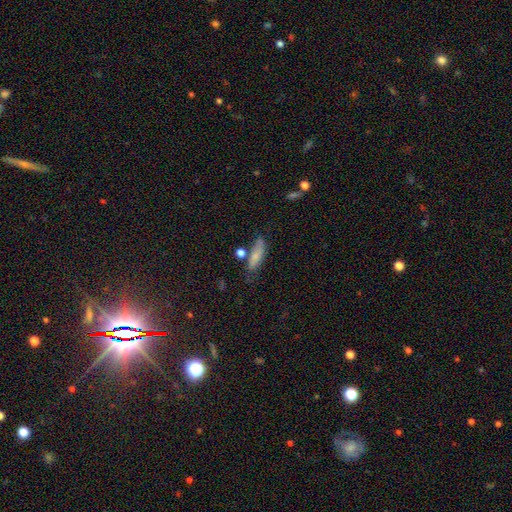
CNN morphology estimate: This is likely a smooth galaxy (73%). How rounded: possibly in between (56%). Merging: possibly none (57%).